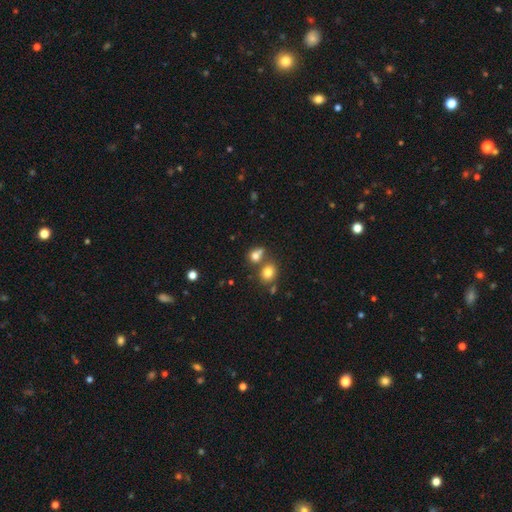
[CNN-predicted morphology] A smooth galaxy with no disk features (76%) that is round (71%). Merging: none (48%).